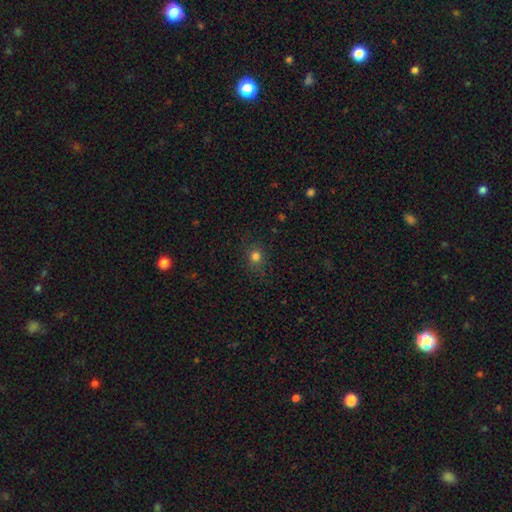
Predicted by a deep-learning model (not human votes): Overall: smooth (77%). How rounded: round (81%). Merging: none (85%).